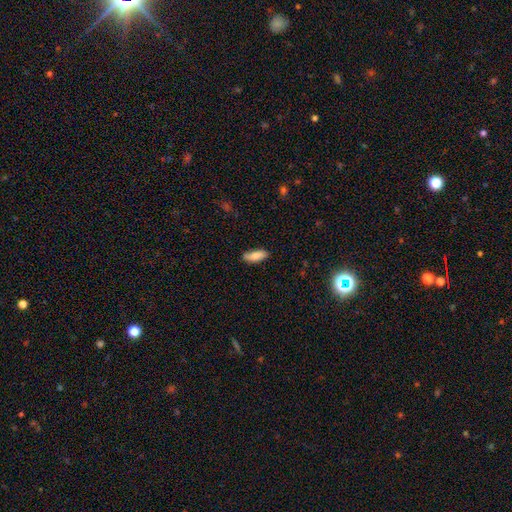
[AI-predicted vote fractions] Smooth or featured: smooth — 82% (featured or disk — 12%)
How rounded: in between — 73% (cigar-shaped — 25%)
Merging: none — 84% (minor disturbance — 13%)